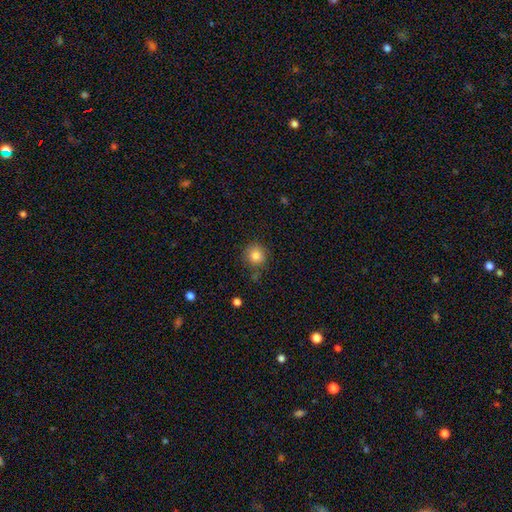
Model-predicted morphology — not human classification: Overall: smooth (82%). How rounded: round (92%). Merging: none (81%).